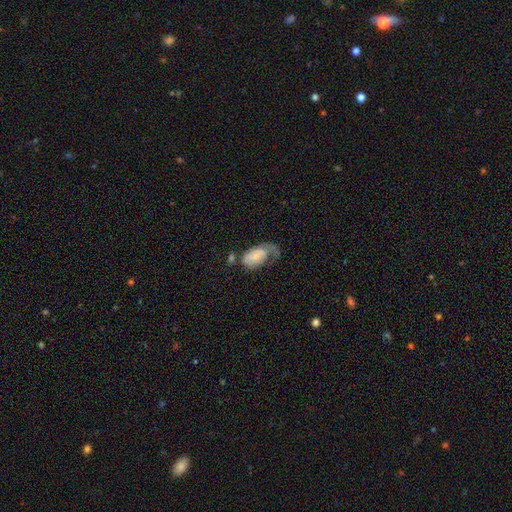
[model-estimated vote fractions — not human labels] smooth-or-featured: smooth: 47% | featured or disk: 46% | star or artifact: 7%
  merging: major disturbance: 48% | minor disturbance: 22% | none: 21% | merger: 9%